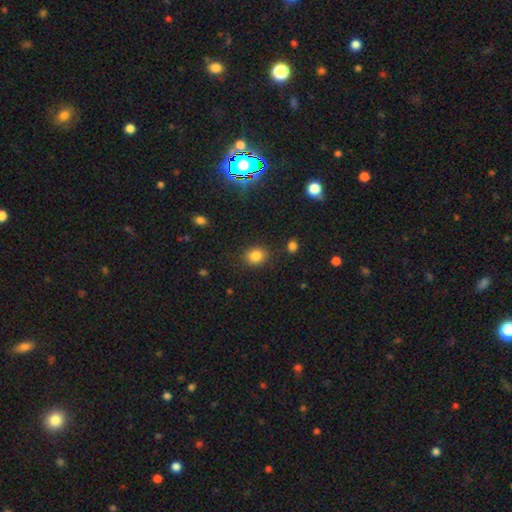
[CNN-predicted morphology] Smooth or featured? smooth (83%)
How rounded? round (59%)
Merging? none (84%)